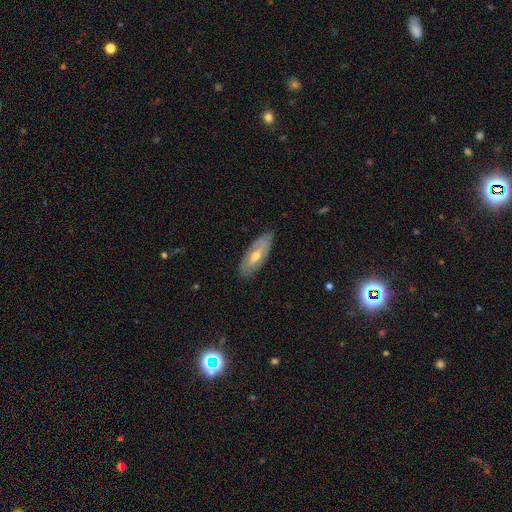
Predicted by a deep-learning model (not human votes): Smooth or featured: featured or disk — 53% (smooth — 41%)
Edge-on disk: no — 76% (yes — 24%)
Merging: none — 79% (minor disturbance — 17%)